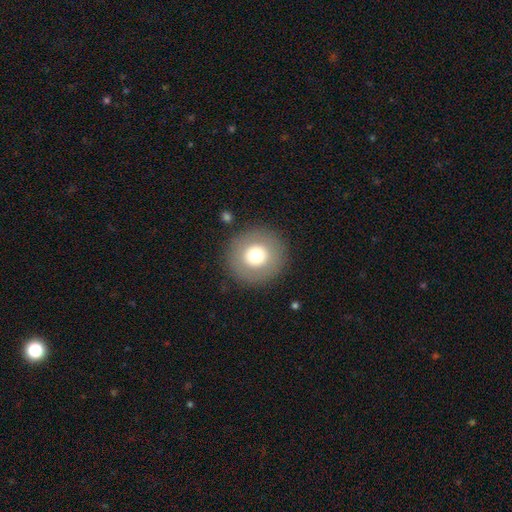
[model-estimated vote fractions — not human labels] Smooth or featured? Predicted: smooth (p=0.71). How rounded? Predicted: round (p=0.96). Merging? Predicted: none (p=0.90).